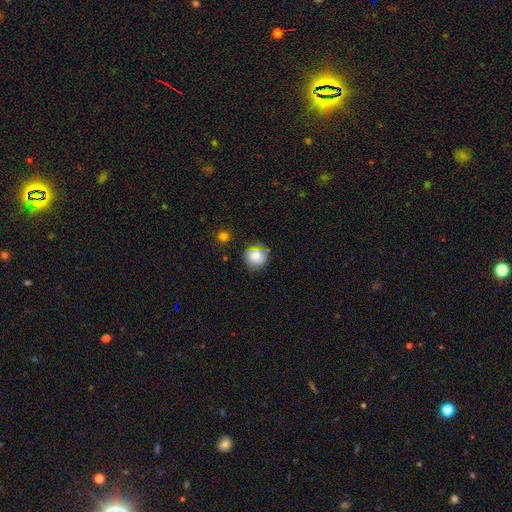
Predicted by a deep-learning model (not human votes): smooth-or-featured: smooth: 76% | featured or disk: 13% | star or artifact: 10%
  how-rounded: round: 85% | in between: 14% | cigar-shaped: 1%
  merging: none: 69% | minor disturbance: 21% | major disturbance: 6% | merger: 4%